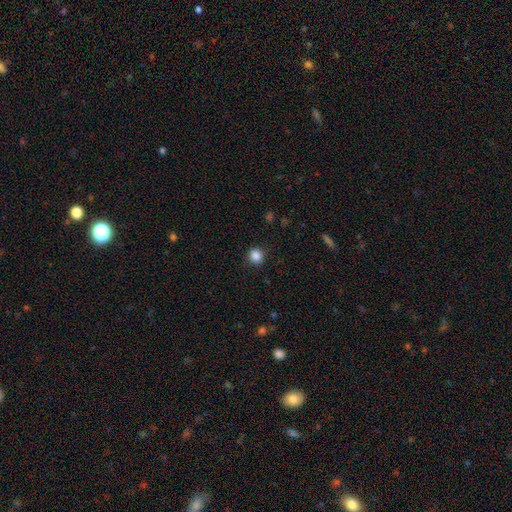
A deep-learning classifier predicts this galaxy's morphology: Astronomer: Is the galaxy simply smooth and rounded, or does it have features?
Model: smooth — 86%.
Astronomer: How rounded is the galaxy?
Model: round — 90%.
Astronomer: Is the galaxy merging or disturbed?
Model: none — 89%.